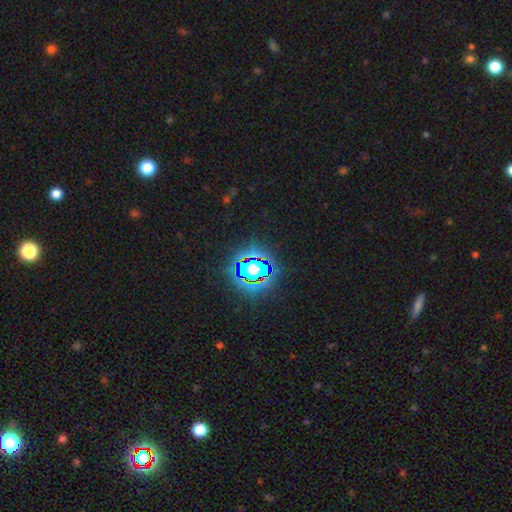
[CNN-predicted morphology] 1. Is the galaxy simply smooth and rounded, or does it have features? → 81% star or artifact, 12% smooth, 7% featured or disk.